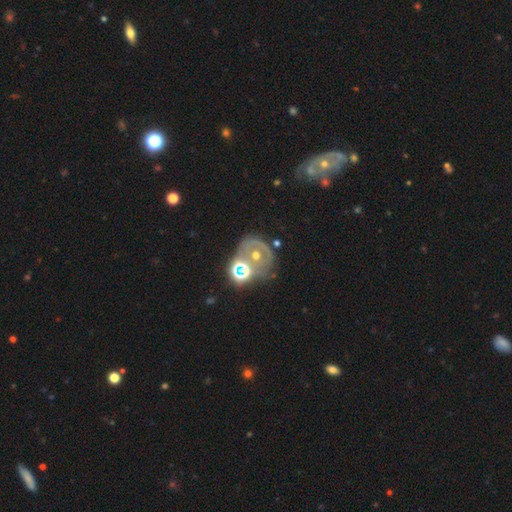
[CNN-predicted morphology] Smooth or featured? featured or disk (55%)
Edge-on disk? no (96%)
Bar? no (73%)
Spiral arms? no (51%)
Bulge size? moderate (62%)
Merging? none (51%)